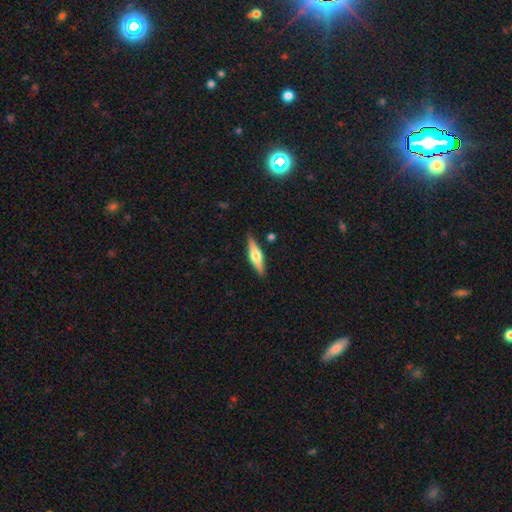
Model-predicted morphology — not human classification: A featured or disk galaxy (63%) viewed edge-on (96%) with a rounded central bulge (92%).

Vote fractions:
- Smooth or featured? featured or disk: 63% / smooth: 31% / star or artifact: 6%
- Edge-on disk? yes: 96% / no: 4%
- Edge-on bulge? rounded: 92% / boxy: 6% / none: 2%
- Merging? none: 87% / minor disturbance: 9% / major disturbance: 2% / merger: 2%